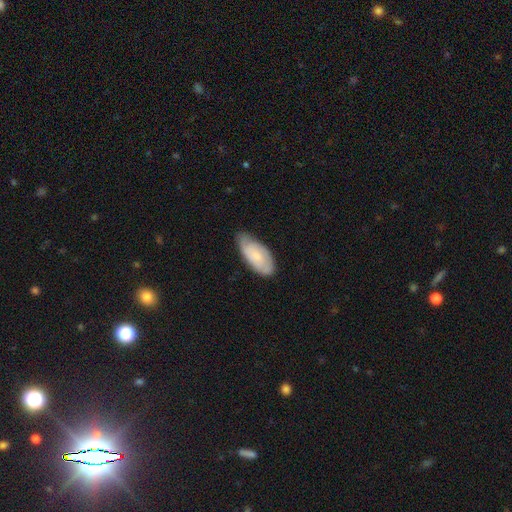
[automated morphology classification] Smooth or featured: smooth — 61% (featured or disk — 33%)
How rounded: in between — 89% (cigar-shaped — 9%)
Merging: none — 60% (minor disturbance — 33%)